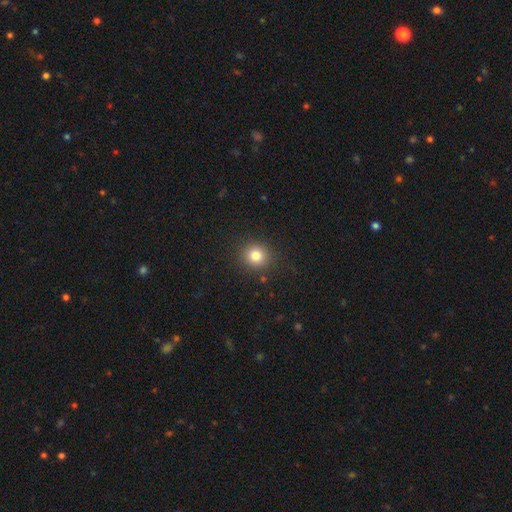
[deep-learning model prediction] smooth-or-featured: smooth: 81% | star or artifact: 12% | featured or disk: 6%
  how-rounded: round: 89% | in between: 10% | cigar-shaped: 1%
  merging: none: 89% | minor disturbance: 7% | major disturbance: 3% | merger: 1%